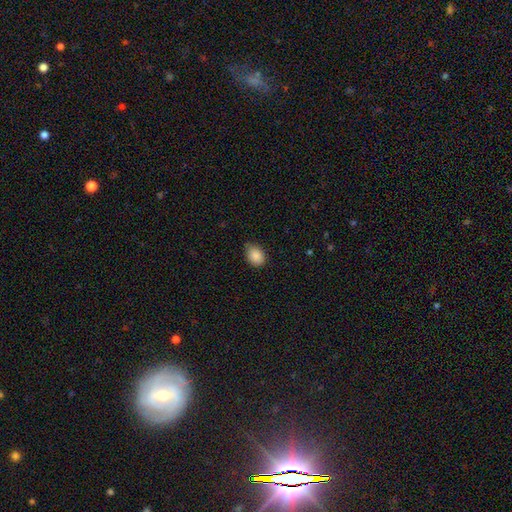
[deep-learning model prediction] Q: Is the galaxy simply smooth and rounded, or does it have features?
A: smooth — 88%.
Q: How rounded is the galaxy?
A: in between — 69%.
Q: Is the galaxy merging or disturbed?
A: none — 74%.